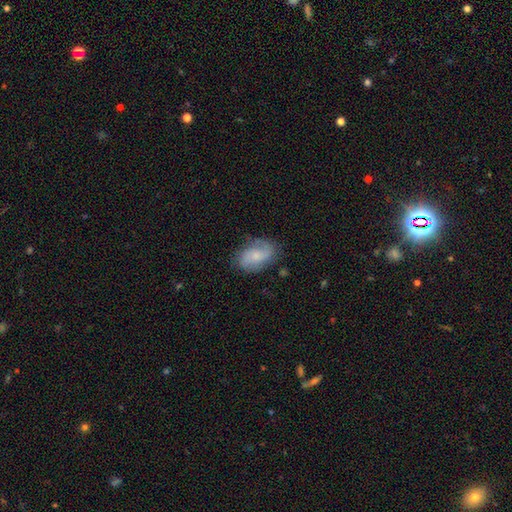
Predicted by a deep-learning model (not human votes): Smooth or featured? featured or disk (59%)
Edge-on disk? no (96%)
Bar? no (59%)
Spiral arms? yes (90%)
Spiral winding? medium (43%)
Spiral arm count? 2 (81%)
Bulge size? small (50%)
Merging? none (73%)